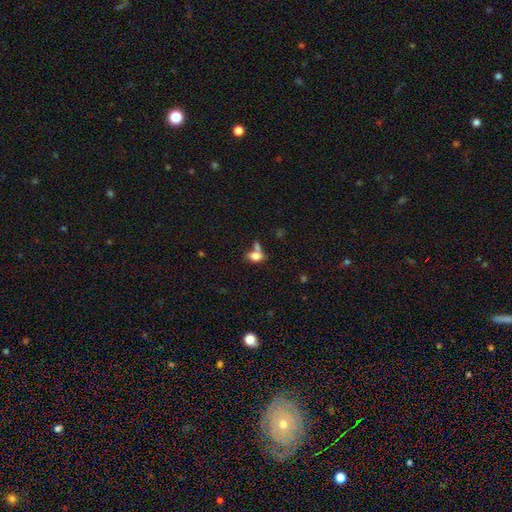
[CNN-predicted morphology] Smooth or featured?
  - smooth: 74% *
  - featured or disk: 15%
  - star or artifact: 10%
How rounded?
  - in between: 82% *
  - round: 12%
  - cigar-shaped: 6%
Merging?
  - none: 39% *
  - merger: 36%
  - minor disturbance: 16%
  - major disturbance: 9%